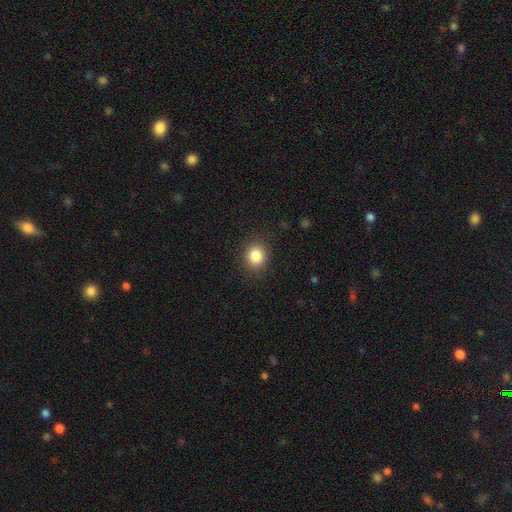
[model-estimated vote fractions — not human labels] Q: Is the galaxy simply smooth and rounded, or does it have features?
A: smooth — 85%.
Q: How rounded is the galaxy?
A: round — 73%.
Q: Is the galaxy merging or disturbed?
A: none — 88%.